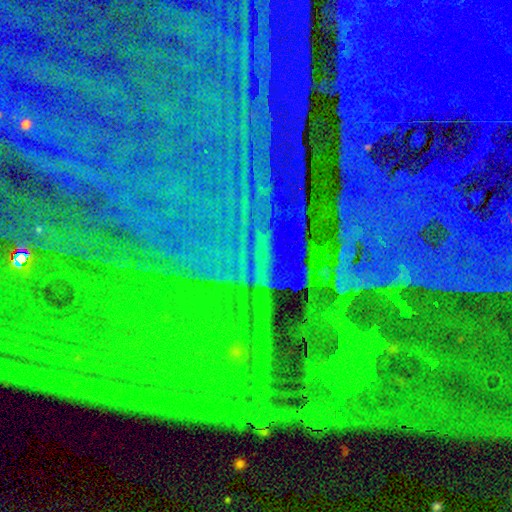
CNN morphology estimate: Smooth or featured: star or artifact — 88% (featured or disk — 7%)